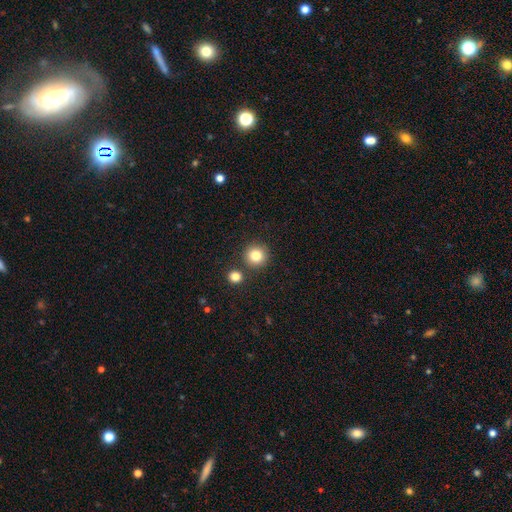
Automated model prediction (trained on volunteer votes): Smooth or featured? Predicted: smooth (p=0.83). How rounded? Predicted: round (p=0.94). Merging? Predicted: none (p=0.84).